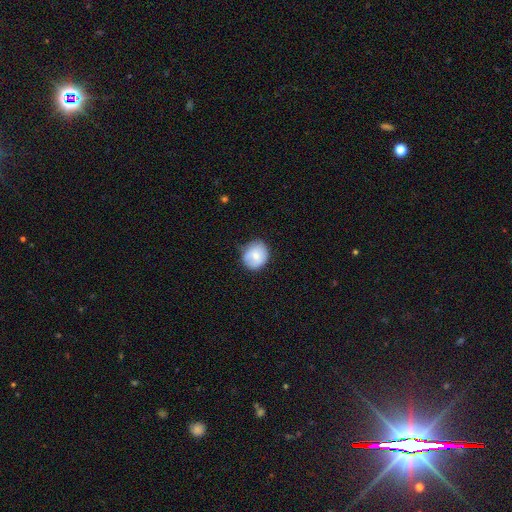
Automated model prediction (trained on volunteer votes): Smooth or featured?
  - smooth: 75% *
  - featured or disk: 18%
  - star or artifact: 8%
How rounded?
  - round: 76% *
  - in between: 23%
  - cigar-shaped: 1%
Merging?
  - none: 73% *
  - minor disturbance: 21%
  - major disturbance: 4%
  - merger: 1%